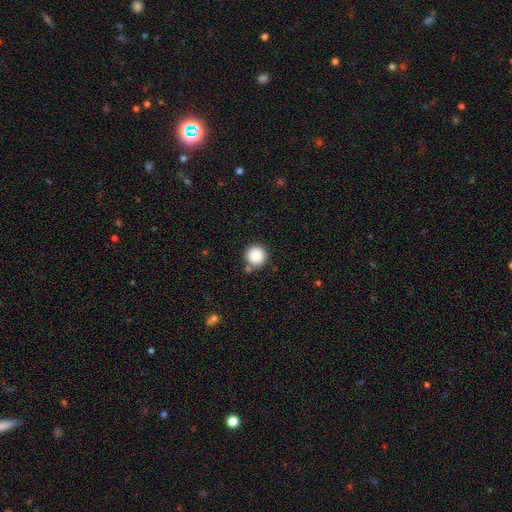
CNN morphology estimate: smooth-or-featured: smooth: 88% | star or artifact: 9% | featured or disk: 3%
  how-rounded: round: 96% | in between: 3% | cigar-shaped: 1%
  merging: none: 83% | minor disturbance: 9% | merger: 6% | major disturbance: 3%